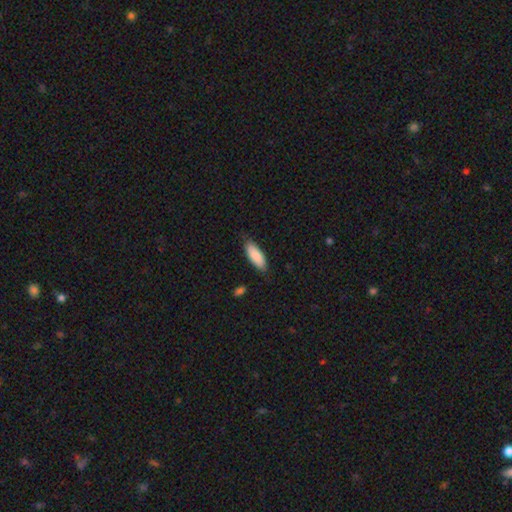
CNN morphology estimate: smooth-or-featured: smooth: 87% | featured or disk: 7% | star or artifact: 5%
  how-rounded: in between: 72% | cigar-shaped: 26% | round: 2%
  merging: none: 79% | minor disturbance: 17% | major disturbance: 3% | merger: 1%